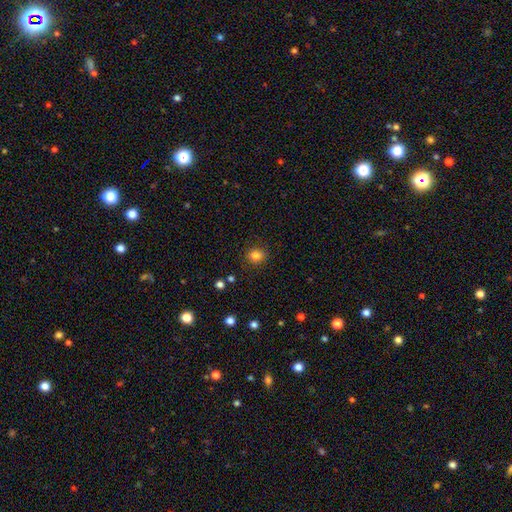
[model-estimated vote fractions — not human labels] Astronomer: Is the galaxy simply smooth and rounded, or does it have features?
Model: smooth — 83%.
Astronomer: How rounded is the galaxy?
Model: round — 78%.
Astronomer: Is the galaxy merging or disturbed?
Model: none — 87%.